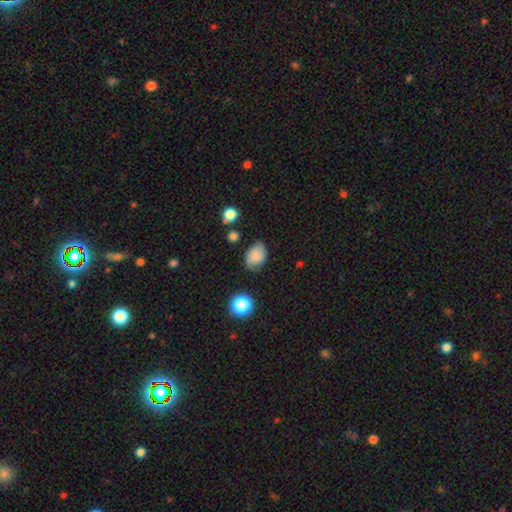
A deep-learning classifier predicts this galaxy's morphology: This appears to be a smooth galaxy with no disk features (76%) that is in between round and cigar-shaped (76%). Merging: none (69%).